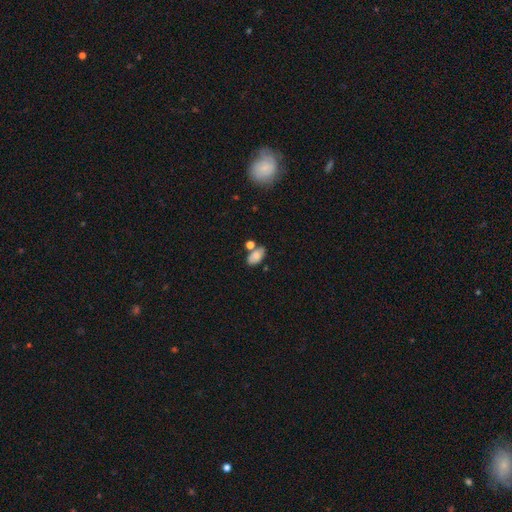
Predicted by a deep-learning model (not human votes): Smooth or featured: smooth — 77% (featured or disk — 14%)
How rounded: in between — 92% (round — 6%)
Merging: none — 54% (merger — 21%)